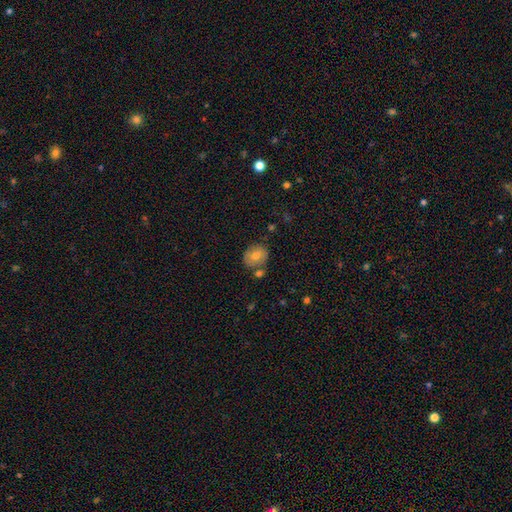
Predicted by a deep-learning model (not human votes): smooth_or_featured: smooth (p=0.63) [alt: featured or disk p=0.25]
how_rounded: round (p=0.62) [alt: in between p=0.37]
merging: none (p=0.70) [alt: minor disturbance p=0.15]